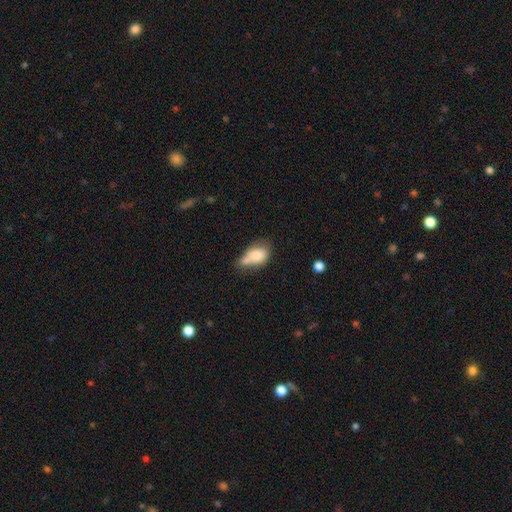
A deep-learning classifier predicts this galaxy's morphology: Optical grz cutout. It shows a smooth galaxy with no disk features (73%) that is in between round and cigar-shaped (80%). Merging: merger (34%).